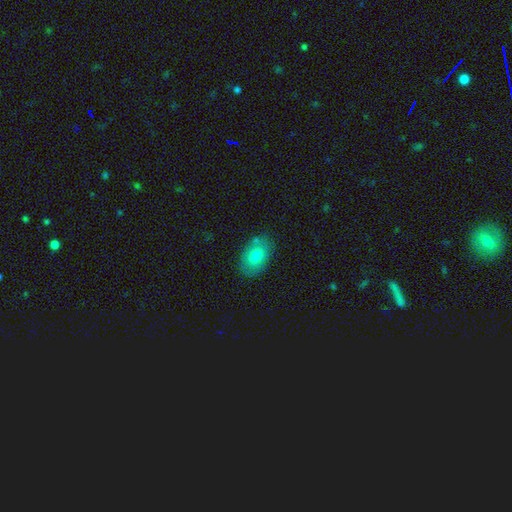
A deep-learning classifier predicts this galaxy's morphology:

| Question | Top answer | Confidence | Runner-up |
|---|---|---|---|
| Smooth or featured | smooth | 76% | featured or disk (17%) |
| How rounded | in between | 89% | round (10%) |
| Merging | none | 77% | minor disturbance (16%) |